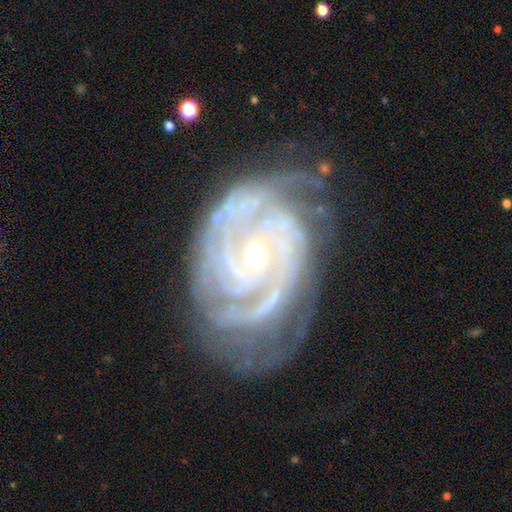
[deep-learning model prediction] featured or disk 91%, star or artifact 5%, smooth 4%. Down the decision tree: edge-on disk — no (97%); bar — no (65%); spiral arms — yes (98%); spiral arm count — 3 (24%); spiral winding — tight (76%); bulge size — small (72%); merging — none (66%).